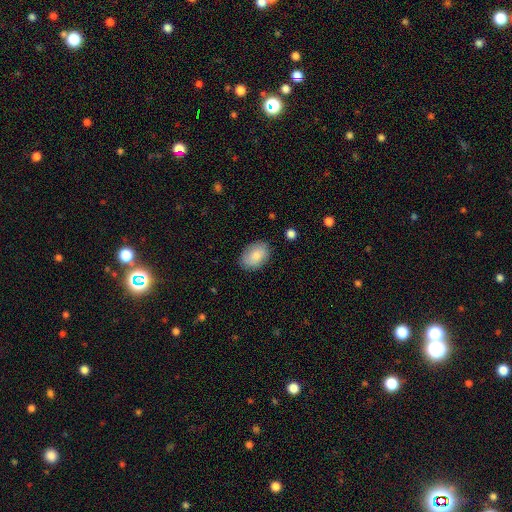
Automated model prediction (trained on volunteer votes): Q: Smooth or featured?
A: smooth (81%); runner-up: featured or disk (12%)
Q: How rounded?
A: in between (83%); runner-up: round (16%)
Q: Merging?
A: none (83%); runner-up: minor disturbance (13%)